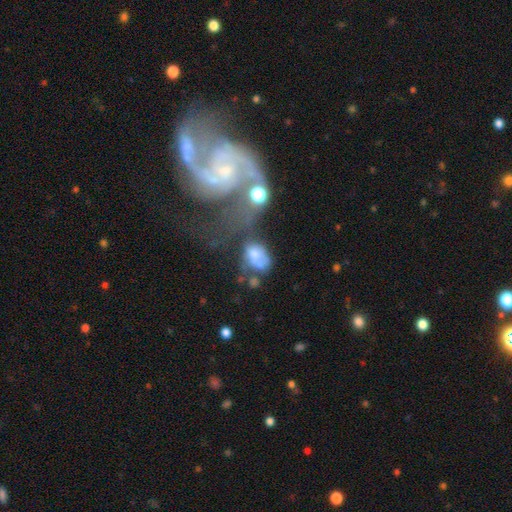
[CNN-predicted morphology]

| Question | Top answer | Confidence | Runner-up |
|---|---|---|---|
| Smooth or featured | smooth | 56% | featured or disk (31%) |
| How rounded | in between | 75% | round (23%) |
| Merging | merger | 31% | major disturbance (29%) |